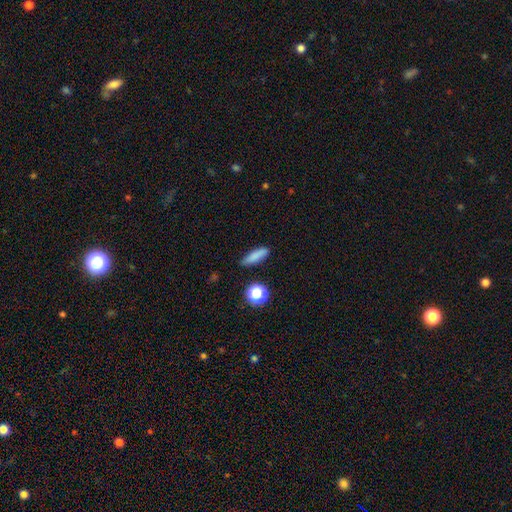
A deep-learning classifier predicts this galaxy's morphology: smooth-or-featured: smooth: 80% | star or artifact: 10% | featured or disk: 9%
  how-rounded: cigar-shaped: 64% | in between: 30% | round: 6%
  merging: none: 82% | minor disturbance: 13% | major disturbance: 3% | merger: 2%